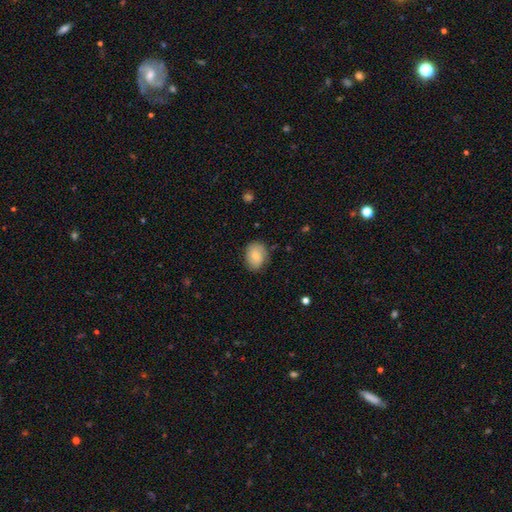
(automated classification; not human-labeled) The model was most divided on "how rounded": in between: 57%, round: 42%, cigar-shaped: 1%. More confident: smooth or featured — smooth (78%); merging — none (77%).